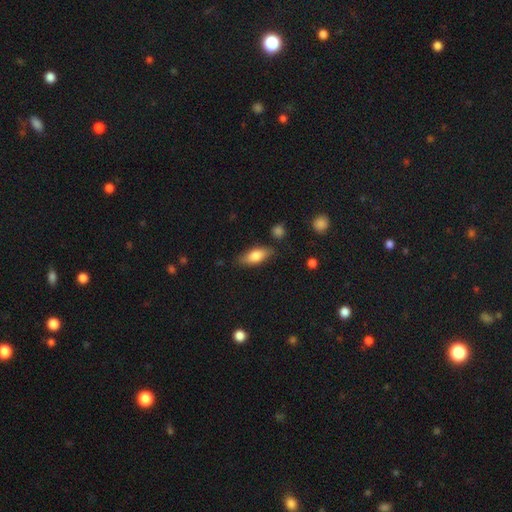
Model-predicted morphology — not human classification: This is likely a smooth galaxy (77%). How rounded: likely in between (77%). Merging: likely none (79%).